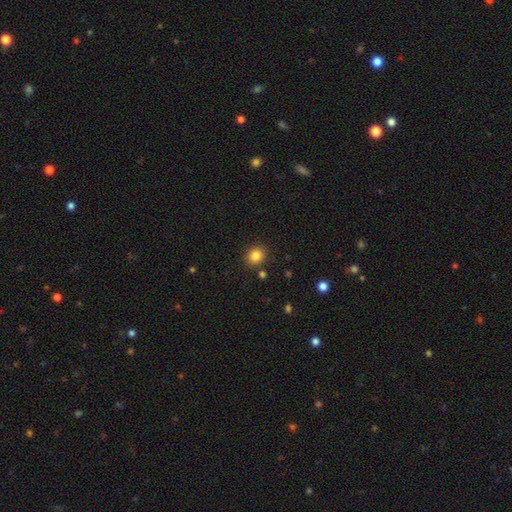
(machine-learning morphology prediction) A smooth galaxy with no disk features (84%) that is round (75%).

Vote fractions:
- Smooth or featured? smooth: 84% / star or artifact: 11% / featured or disk: 5%
- How rounded? round: 75% / in between: 24% / cigar-shaped: 1%
- Merging? none: 87% / minor disturbance: 8% / merger: 3% / major disturbance: 2%